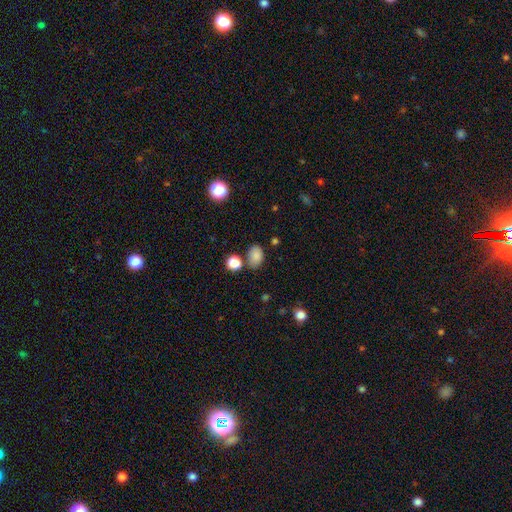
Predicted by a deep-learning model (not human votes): Q: Smooth or featured?
A: smooth (84%); runner-up: star or artifact (11%)
Q: How rounded?
A: in between (79%); runner-up: round (20%)
Q: Merging?
A: none (70%); runner-up: minor disturbance (16%)